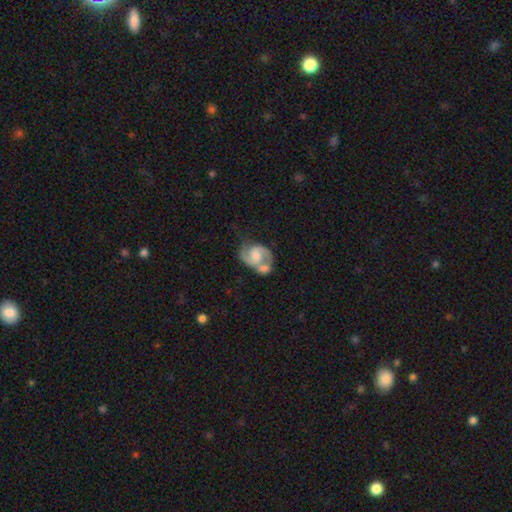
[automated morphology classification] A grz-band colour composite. It shows a featured or disk galaxy (83%) with no bar (56%), 2 (90%) medium (56%) spiral arms (96%) and a moderate central bulge (43%). Merging: merger (46%).